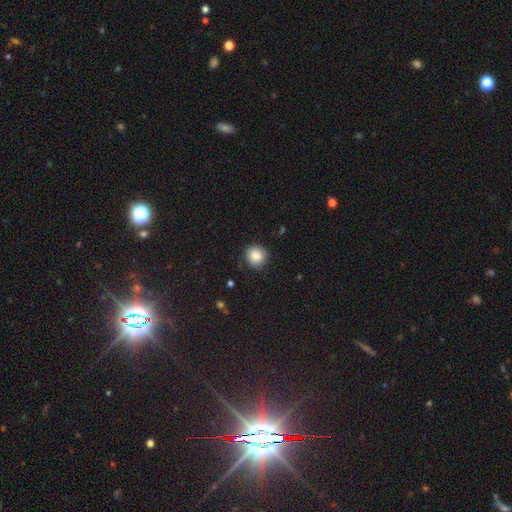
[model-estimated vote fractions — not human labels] This is clearly a smooth galaxy (87%). How rounded: clearly round (91%). Merging: clearly none (88%).